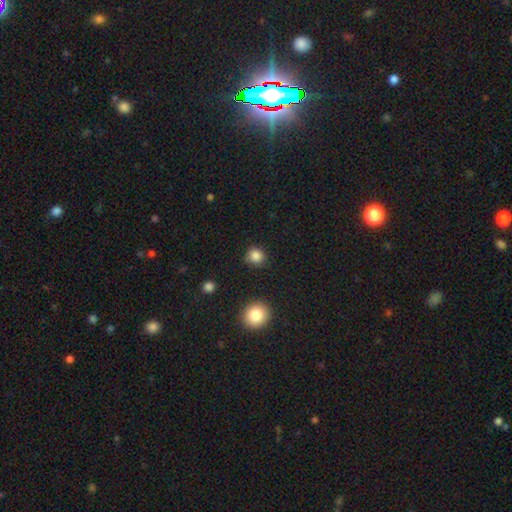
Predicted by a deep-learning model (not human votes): Smooth or featured: smooth — 85% (star or artifact — 11%)
How rounded: round — 88% (in between — 11%)
Merging: none — 84% (minor disturbance — 12%)